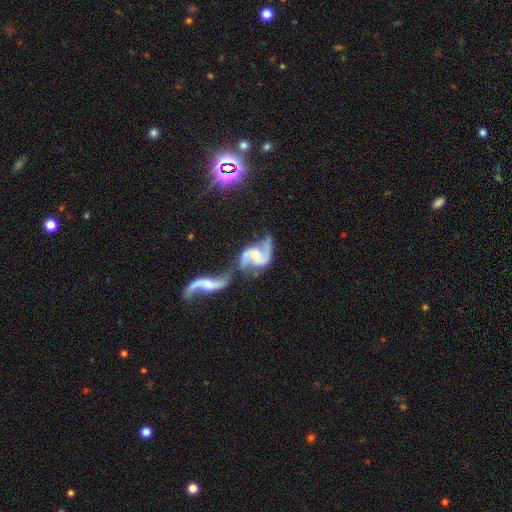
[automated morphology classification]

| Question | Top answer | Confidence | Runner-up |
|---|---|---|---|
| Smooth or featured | featured or disk | 87% | smooth (8%) |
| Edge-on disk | no | 97% | yes (3%) |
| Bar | weak | 44% | no (43%) |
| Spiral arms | yes | 94% | no (6%) |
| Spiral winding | loose | 57% | medium (35%) |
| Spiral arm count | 2 | 88% | can't tell (4%) |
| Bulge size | moderate | 46% | small (32%) |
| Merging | merger | 58% | none (20%) |